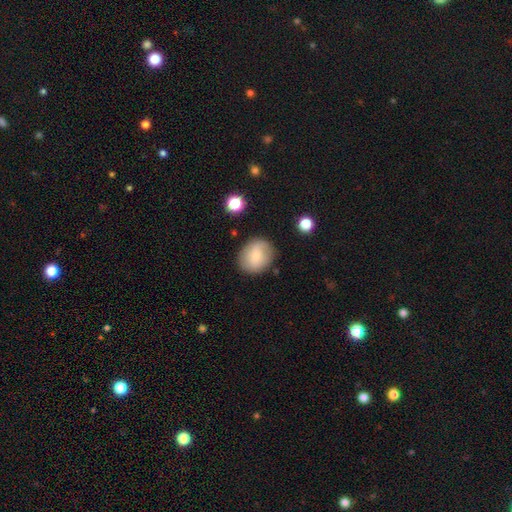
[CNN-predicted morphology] smooth 76%, featured or disk 17%, star or artifact 8%. Down the decision tree: how rounded — round (63%); merging — none (81%).